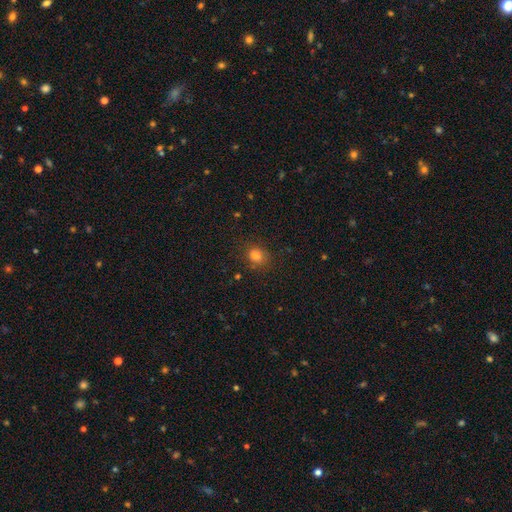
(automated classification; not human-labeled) smooth_or_featured: smooth (p=0.78) [alt: star or artifact p=0.17]
how_rounded: round (p=0.66) [alt: in between p=0.33]
merging: none (p=0.80) [alt: minor disturbance p=0.13]